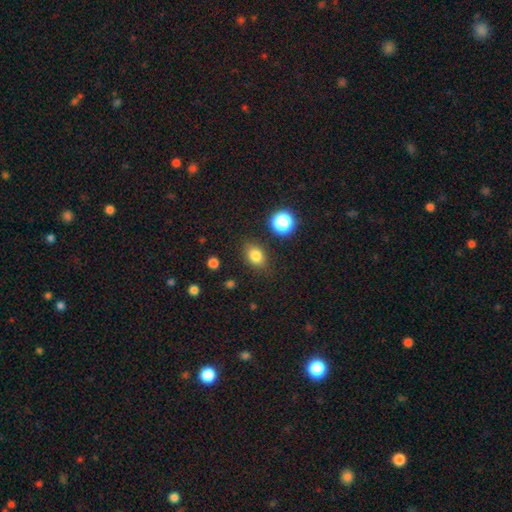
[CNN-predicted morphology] Smooth or featured? Predicted: smooth (p=0.80). How rounded? Predicted: in between (p=0.69). Merging? Predicted: none (p=0.82).